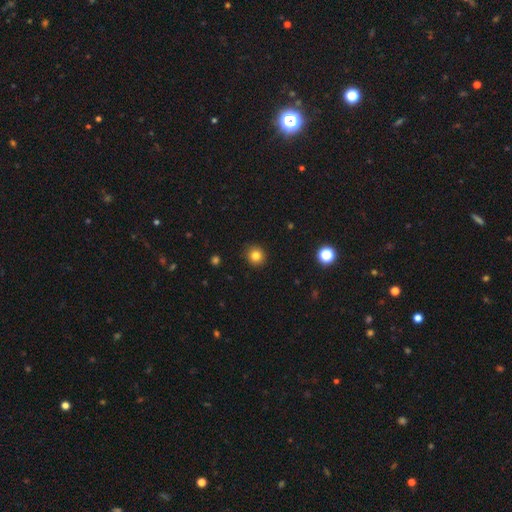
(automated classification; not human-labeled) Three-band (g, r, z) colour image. It shows a smooth galaxy with no disk features (82%) that is round (90%). Merging: none (91%).